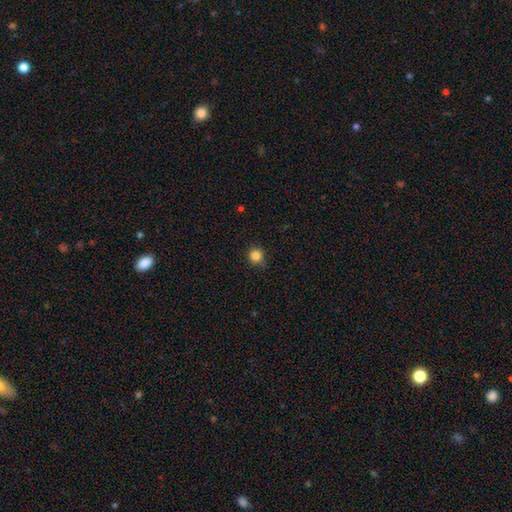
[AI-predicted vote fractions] Smooth or featured?
  - smooth: 84% *
  - star or artifact: 12%
  - featured or disk: 4%
How rounded?
  - round: 92% *
  - in between: 7%
  - cigar-shaped: 1%
Merging?
  - none: 83% *
  - minor disturbance: 13%
  - major disturbance: 3%
  - merger: 1%